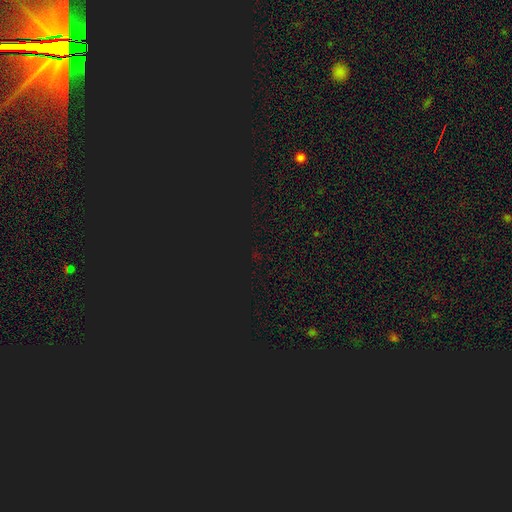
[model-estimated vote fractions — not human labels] A star or artifact, not a galaxy (81%).

Vote fractions:
- Smooth or featured? star or artifact: 81% / smooth: 13% / featured or disk: 7%